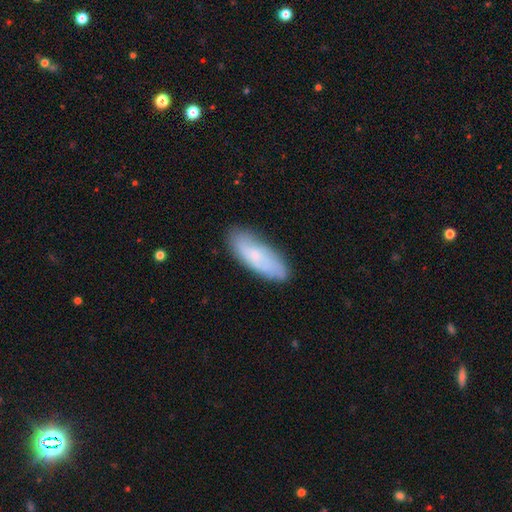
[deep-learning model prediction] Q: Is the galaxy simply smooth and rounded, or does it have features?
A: smooth — 62%.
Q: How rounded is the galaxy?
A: in between — 66%.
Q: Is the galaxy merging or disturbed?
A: none — 78%.